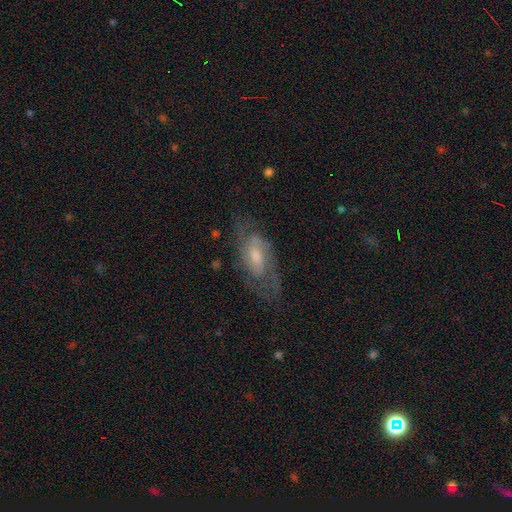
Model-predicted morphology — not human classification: This appears to be a featured or disk galaxy (77%) with a weak bar (47%), 2 (64%) medium (48%) spiral arms (91%) and a moderate central bulge (50%). Merging: none (68%).